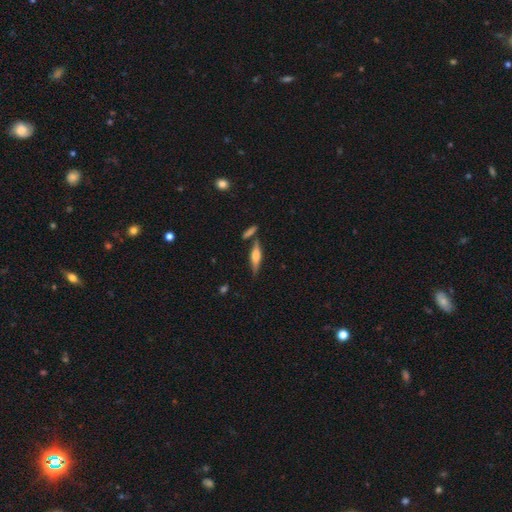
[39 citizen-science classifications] Smooth or featured?
  - featured or disk: 56% *
  - smooth: 33%
  - star or artifact: 10%
Edge-on disk?
  - yes: 95% *
  - no: 5%
Edge-on bulge?
  - rounded: 86% *
  - boxy: 14%
  - none: 0%
Merging?
  - none: 80% *
  - merger: 11%
  - minor disturbance: 6%
  - major disturbance: 3%